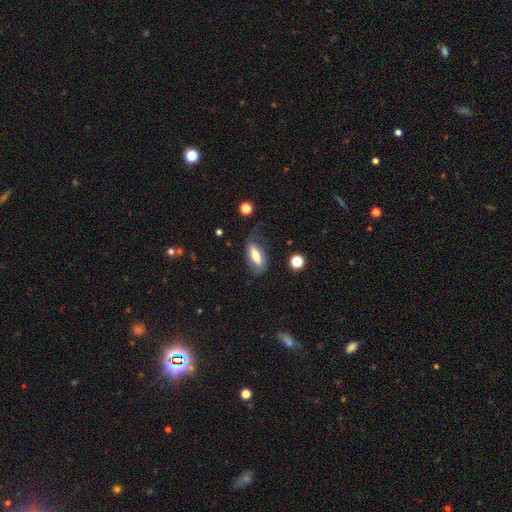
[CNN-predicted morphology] Smooth or featured?
  - smooth: 63% *
  - featured or disk: 29%
  - star or artifact: 8%
How rounded?
  - in between: 73% *
  - cigar-shaped: 24%
  - round: 3%
Merging?
  - none: 57% *
  - minor disturbance: 26%
  - major disturbance: 15%
  - merger: 2%